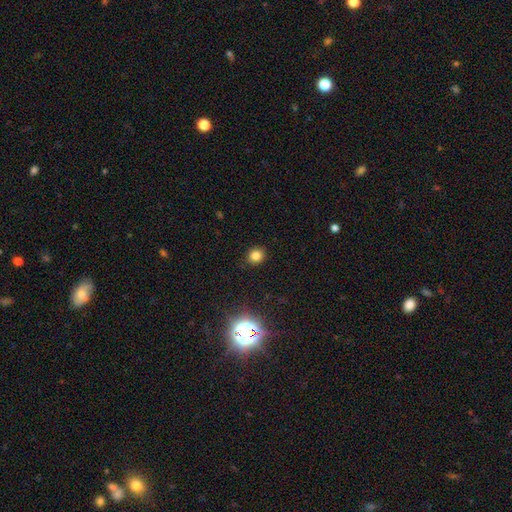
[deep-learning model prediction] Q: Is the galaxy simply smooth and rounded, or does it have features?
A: smooth — 80%.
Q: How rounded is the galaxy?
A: round — 84%.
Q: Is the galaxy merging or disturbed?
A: none — 90%.